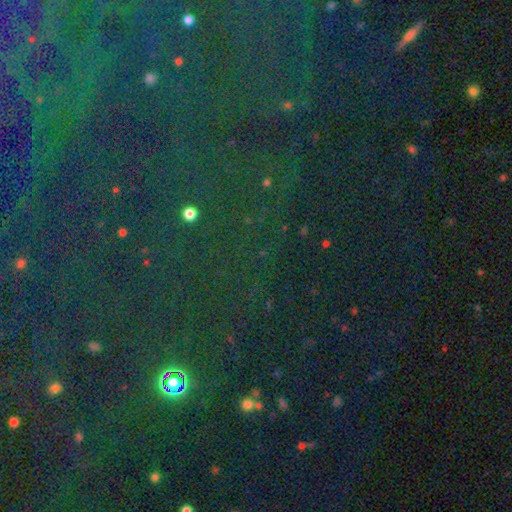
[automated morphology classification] Q: Smooth or featured?
A: star or artifact (81%); runner-up: smooth (12%)